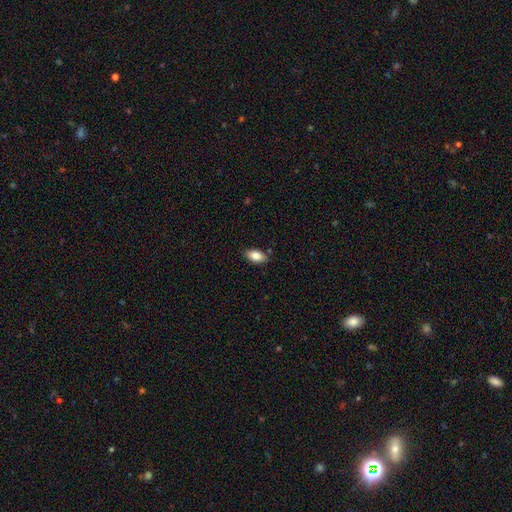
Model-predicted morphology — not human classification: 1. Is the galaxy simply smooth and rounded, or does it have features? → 85% smooth, 8% featured or disk, 7% star or artifact.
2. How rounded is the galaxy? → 91% in between, 5% cigar-shaped, 4% round.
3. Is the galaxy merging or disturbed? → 86% none, 11% minor disturbance, 2% major disturbance, 1% merger.